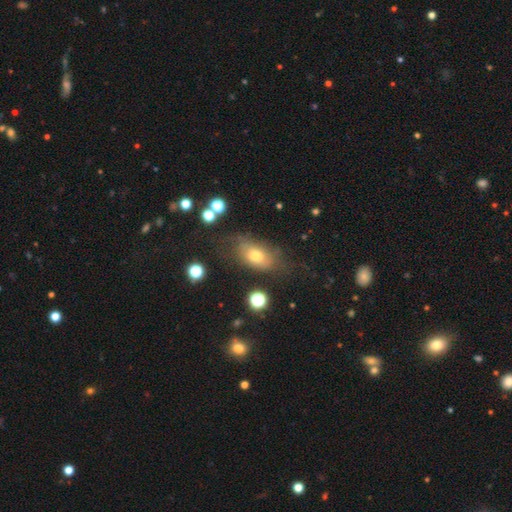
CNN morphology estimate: A smooth galaxy with no disk features (65%) that is in between round and cigar-shaped (81%).

Vote fractions:
- Smooth or featured? smooth: 65% / featured or disk: 22% / star or artifact: 13%
- How rounded? in between: 81% / round: 15% / cigar-shaped: 4%
- Merging? none: 57% / minor disturbance: 23% / major disturbance: 16% / merger: 4%